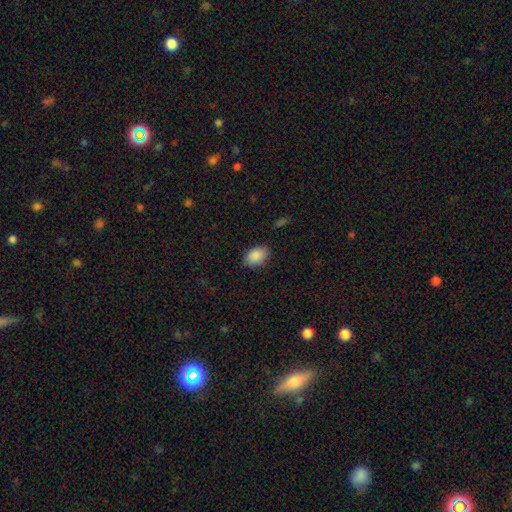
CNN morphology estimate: A smooth galaxy with no disk features (89%) that is in between round and cigar-shaped (88%). Merging: none (85%).